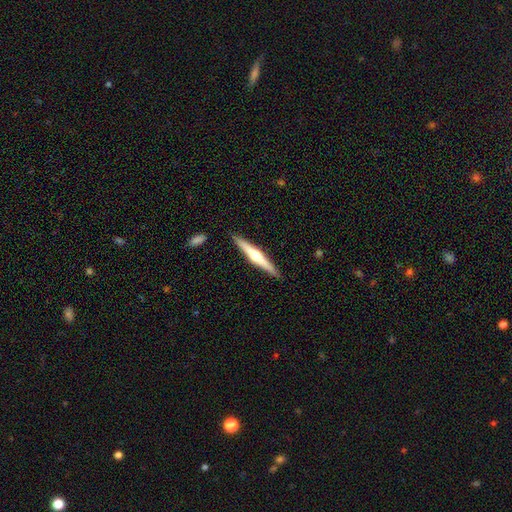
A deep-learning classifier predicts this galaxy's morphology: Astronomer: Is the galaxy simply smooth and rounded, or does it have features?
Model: featured or disk — 68%.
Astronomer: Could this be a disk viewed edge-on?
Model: yes — 98%.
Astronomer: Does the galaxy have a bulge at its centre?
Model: rounded — 90%.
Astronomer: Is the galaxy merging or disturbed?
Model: none — 90%.